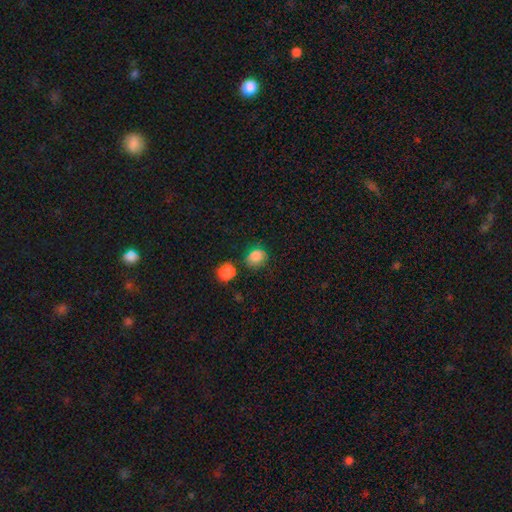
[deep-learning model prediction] Smooth or featured?
  - smooth: 83% *
  - star or artifact: 11%
  - featured or disk: 5%
How rounded?
  - round: 72% *
  - in between: 27%
  - cigar-shaped: 1%
Merging?
  - none: 75% *
  - minor disturbance: 15%
  - merger: 6%
  - major disturbance: 4%